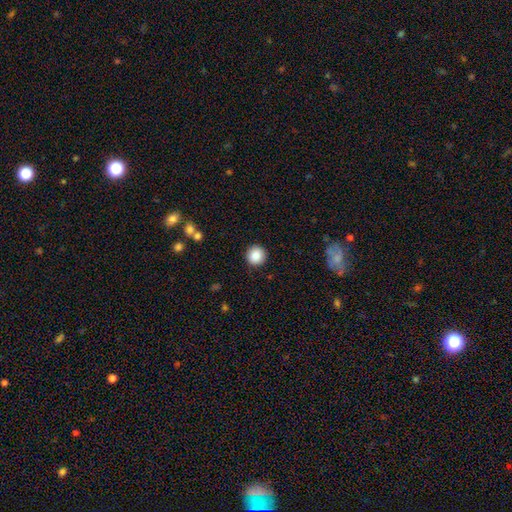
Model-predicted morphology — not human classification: This appears to be a smooth galaxy with no disk features (87%) that is round (95%). Merging: none (91%).